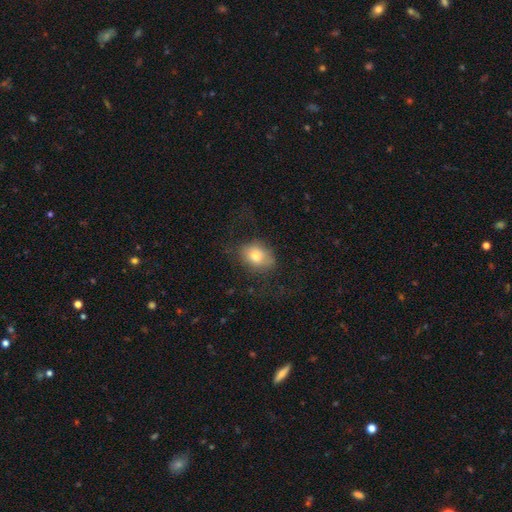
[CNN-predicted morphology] smooth_or_featured: smooth (p=0.74) [alt: featured or disk p=0.16]
how_rounded: in between (p=0.66) [alt: round p=0.32]
merging: none (p=0.61) [alt: minor disturbance p=0.21]